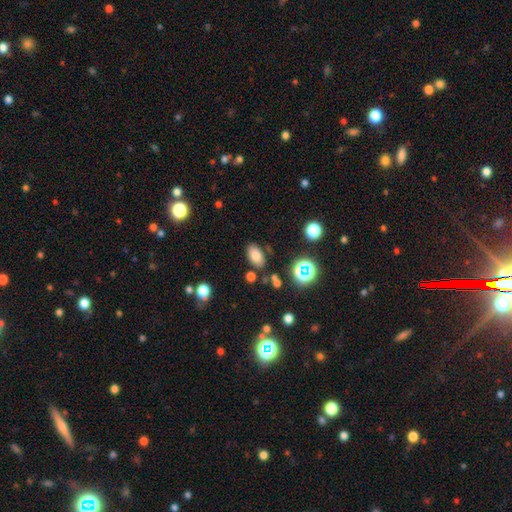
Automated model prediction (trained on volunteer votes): Morphology: type=smooth (77%); roundness=in between (91%); merging=none (81%).